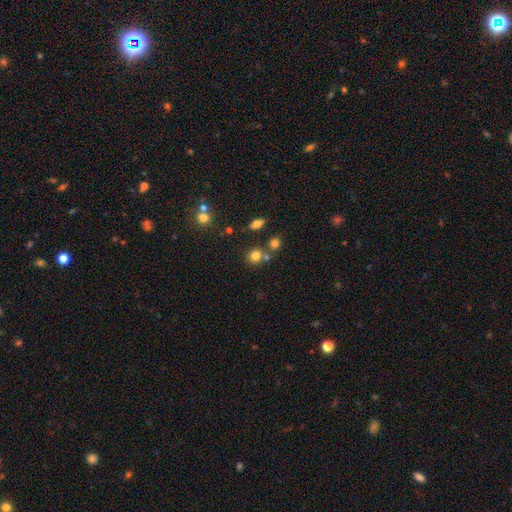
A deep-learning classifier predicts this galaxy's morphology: smooth-or-featured: smooth: 77% | star or artifact: 15% | featured or disk: 8%
  how-rounded: round: 83% | in between: 16% | cigar-shaped: 1%
  merging: none: 64% | merger: 22% | minor disturbance: 10% | major disturbance: 4%